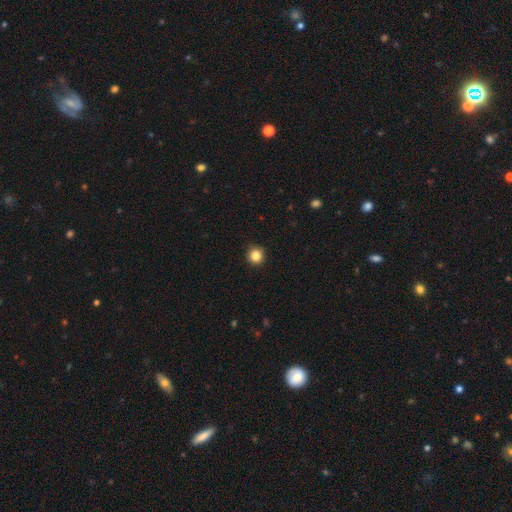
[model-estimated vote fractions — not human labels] A smooth galaxy with no disk features (85%) that is round (94%).

Vote fractions:
- Smooth or featured? smooth: 85% / star or artifact: 11% / featured or disk: 4%
- How rounded? round: 94% / in between: 5% / cigar-shaped: 1%
- Merging? none: 89% / minor disturbance: 8% / major disturbance: 2% / merger: 1%